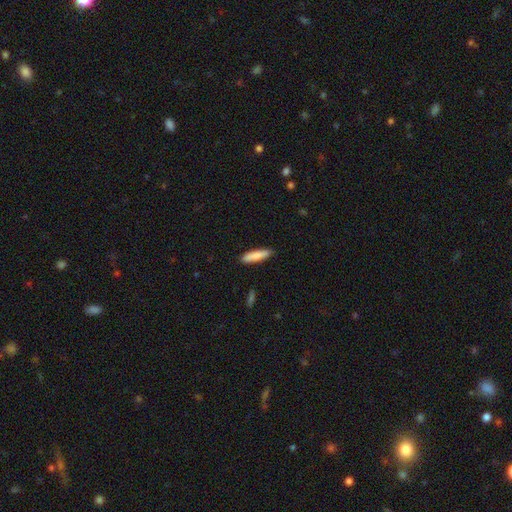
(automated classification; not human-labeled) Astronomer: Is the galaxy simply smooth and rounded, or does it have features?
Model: smooth — 83%.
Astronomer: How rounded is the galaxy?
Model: cigar-shaped — 78%.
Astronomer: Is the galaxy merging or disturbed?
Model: none — 86%.